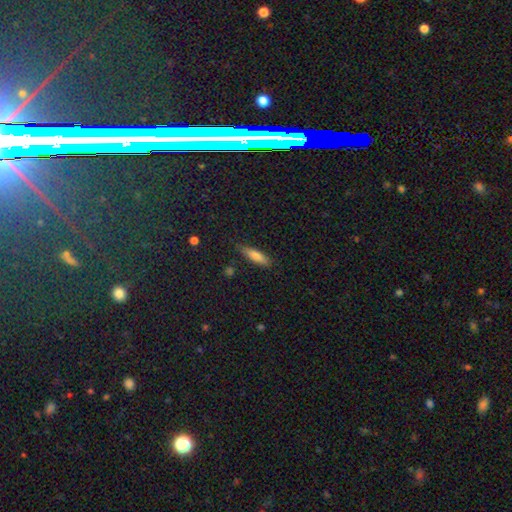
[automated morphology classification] Overall: smooth (73%). How rounded: cigar-shaped (64%; in between 34%). Merging: none (80%).